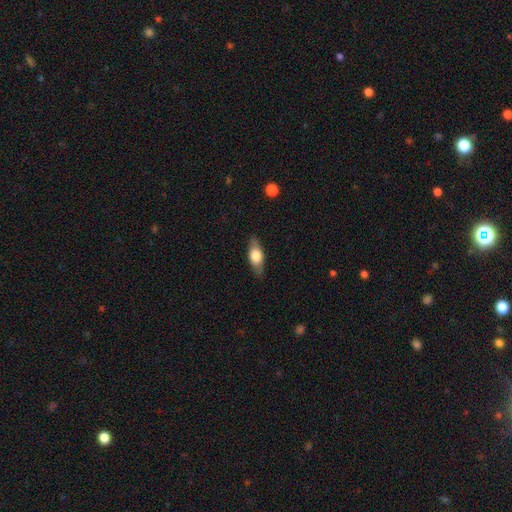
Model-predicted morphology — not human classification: Smooth or featured: smooth — 65% (featured or disk — 29%)
How rounded: in between — 74% (cigar-shaped — 22%)
Merging: none — 84% (minor disturbance — 12%)